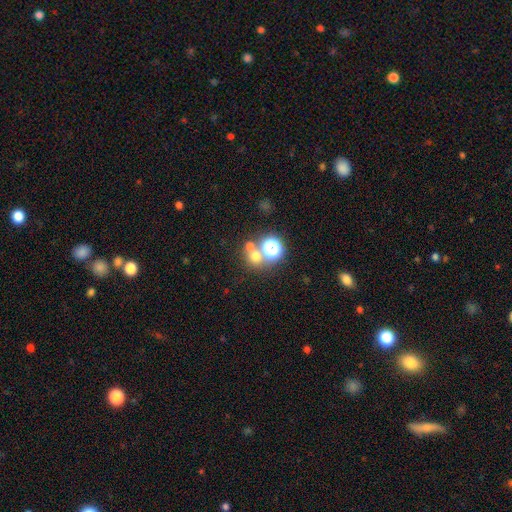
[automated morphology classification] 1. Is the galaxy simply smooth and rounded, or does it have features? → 59% smooth, 30% star or artifact, 11% featured or disk.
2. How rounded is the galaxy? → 85% round, 14% in between, 1% cigar-shaped.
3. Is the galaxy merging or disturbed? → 57% none, 32% merger, 7% minor disturbance, 4% major disturbance.